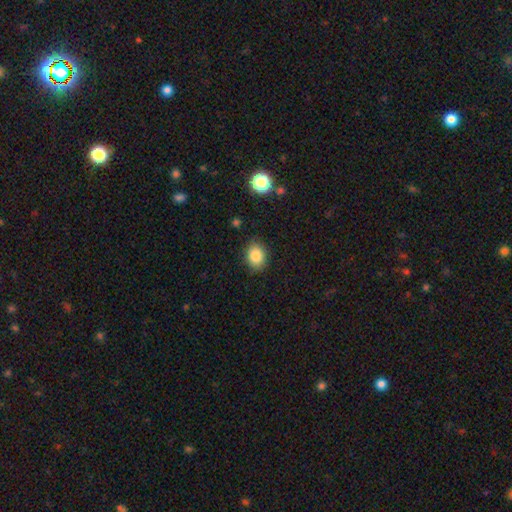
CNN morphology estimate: This appears to be a smooth galaxy with no disk features (85%) that is in between round and cigar-shaped (57%). Merging: none (84%).